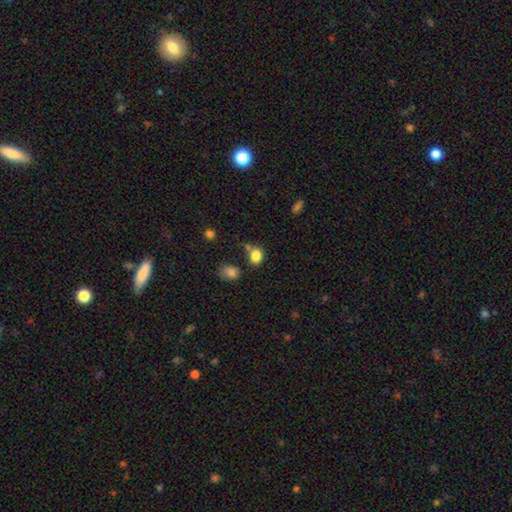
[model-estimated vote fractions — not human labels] Smooth or featured: smooth — 84% (star or artifact — 10%)
How rounded: in between — 56% (round — 43%)
Merging: none — 63% (minor disturbance — 17%)